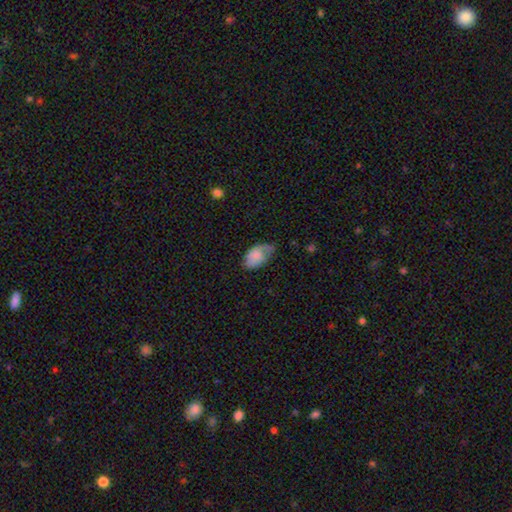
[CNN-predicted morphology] A smooth galaxy with no disk features (68%) that is in between round and cigar-shaped (92%).

Vote fractions:
- Smooth or featured? smooth: 68% / featured or disk: 25% / star or artifact: 7%
- How rounded? in between: 92% / round: 6% / cigar-shaped: 2%
- Merging? none: 41% / minor disturbance: 40% / major disturbance: 16% / merger: 2%